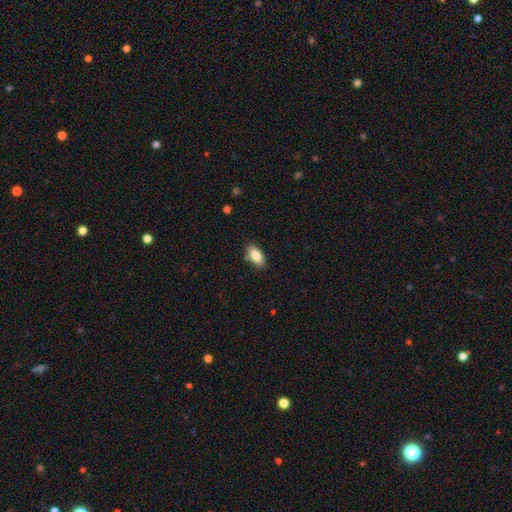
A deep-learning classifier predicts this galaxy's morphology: A smooth galaxy with no disk features (83%) that is in between round and cigar-shaped (89%).

Vote fractions:
- Smooth or featured? smooth: 83% / featured or disk: 10% / star or artifact: 7%
- How rounded? in between: 89% / cigar-shaped: 8% / round: 3%
- Merging? none: 82% / minor disturbance: 12% / merger: 3% / major disturbance: 2%